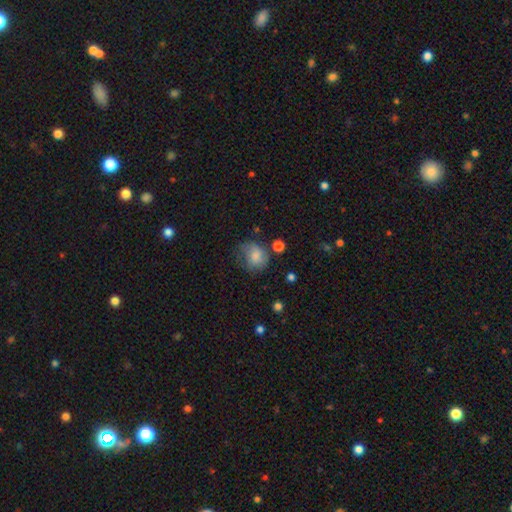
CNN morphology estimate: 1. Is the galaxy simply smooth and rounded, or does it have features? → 75% smooth, 15% featured or disk, 9% star or artifact.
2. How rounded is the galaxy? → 63% round, 37% in between, 1% cigar-shaped.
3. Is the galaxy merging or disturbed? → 44% none, 32% minor disturbance, 20% major disturbance, 5% merger.